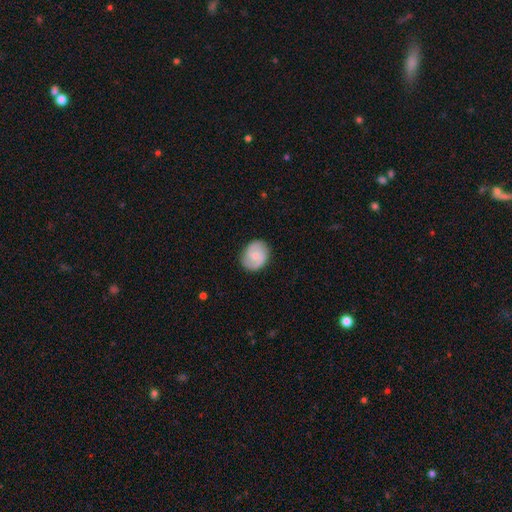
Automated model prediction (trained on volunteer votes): A featured or disk galaxy (58%) with no bar (64%), 2 (78%) medium (44%) spiral arms (90%) and a small central bulge (58%). Merging: none (82%).